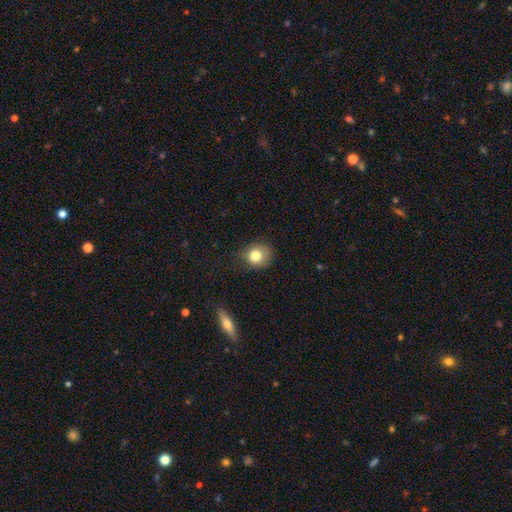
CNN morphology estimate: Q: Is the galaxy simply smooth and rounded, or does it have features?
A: smooth — 81%.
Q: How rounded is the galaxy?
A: round — 78%.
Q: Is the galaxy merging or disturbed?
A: none — 70%.